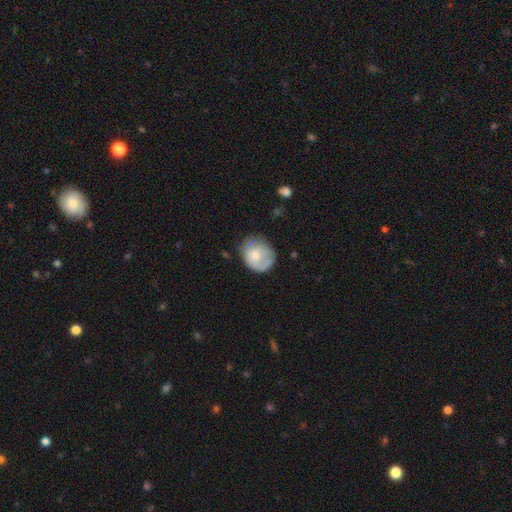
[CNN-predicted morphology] Overall: smooth (56%; featured or disk 37%). How rounded: round (65%; in between 34%). Merging: none (55%; minor disturbance 29%).